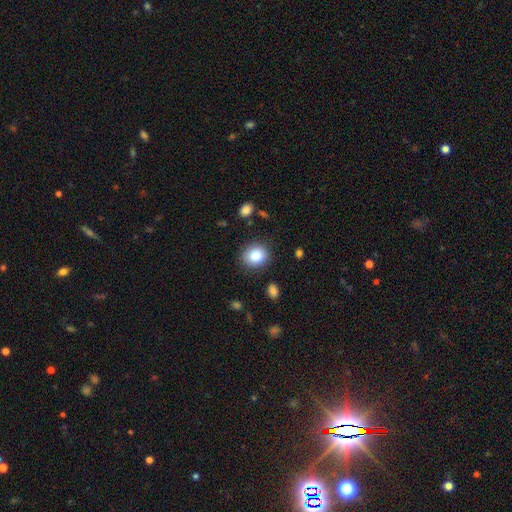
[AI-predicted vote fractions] The model was most divided on "how rounded": round: 69%, in between: 30%, cigar-shaped: 1%. More confident: smooth or featured — smooth (86%); merging — none (85%).